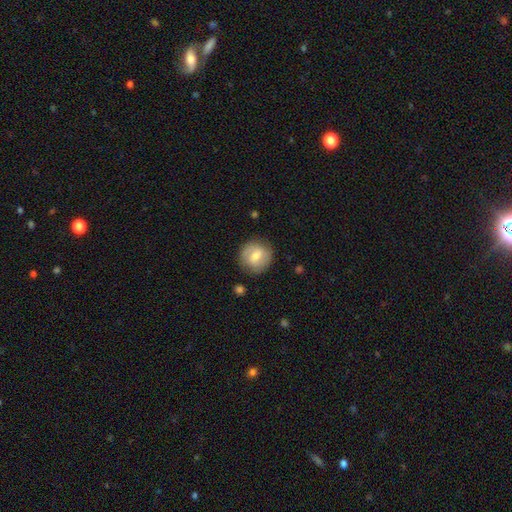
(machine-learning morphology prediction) This appears to be a smooth galaxy with no disk features (56%) that is round (87%). Merging: none (82%).